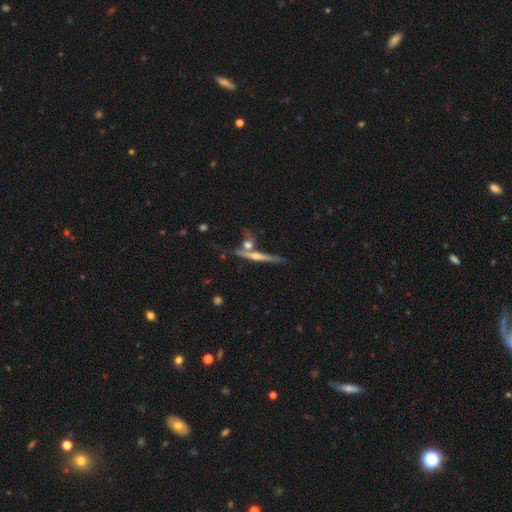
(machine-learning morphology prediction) Smooth or featured: featured or disk — 77% (smooth — 16%)
Edge-on disk: yes — 96% (no — 4%)
Edge-on bulge: rounded — 85% (none — 10%)
Merging: none — 68% (merger — 18%)